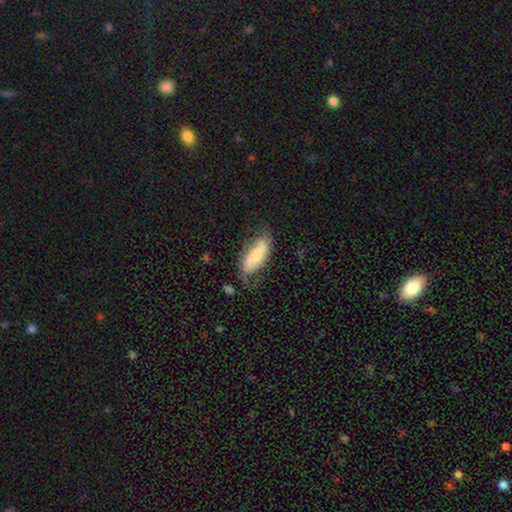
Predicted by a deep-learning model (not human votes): A smooth galaxy with no disk features (57%) that is in between round and cigar-shaped (78%).

Vote fractions:
- Smooth or featured? smooth: 57% / featured or disk: 37% / star or artifact: 6%
- How rounded? in between: 78% / cigar-shaped: 20% / round: 2%
- Merging? none: 60% / minor disturbance: 28% / major disturbance: 9% / merger: 3%